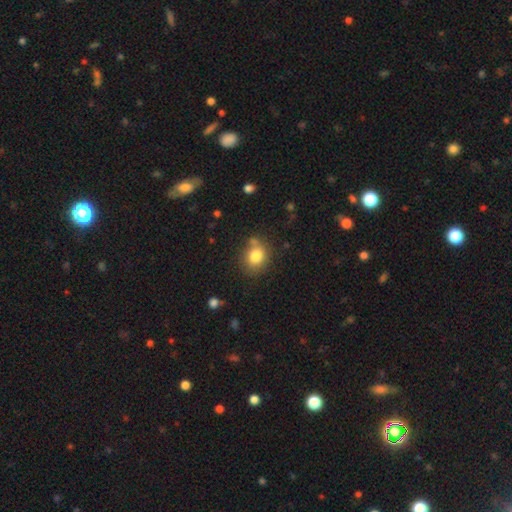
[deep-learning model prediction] smooth 81%, star or artifact 10%, featured or disk 9%. Down the decision tree: how rounded — round (65%); merging — none (71%).